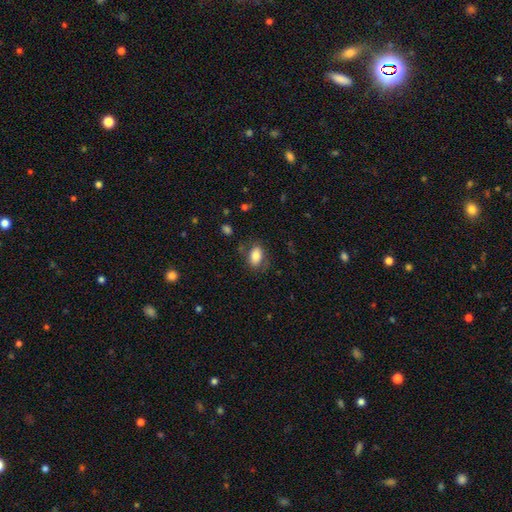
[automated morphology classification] Smooth or featured? smooth (80%)
How rounded? in between (89%)
Merging? none (74%)